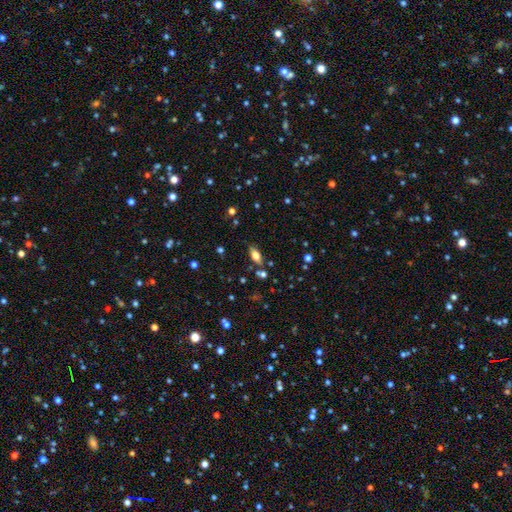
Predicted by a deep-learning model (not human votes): This appears to be a smooth galaxy with no disk features (69%) that is in between round and cigar-shaped (84%). Merging: none (77%).